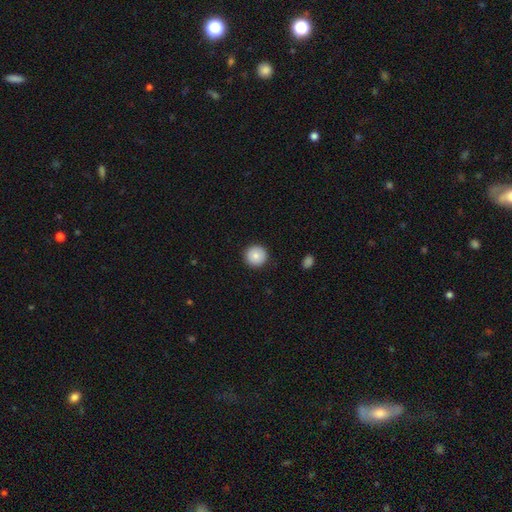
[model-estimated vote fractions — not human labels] Q: Smooth or featured?
A: smooth (85%); runner-up: star or artifact (8%)
Q: How rounded?
A: round (95%); runner-up: in between (4%)
Q: Merging?
A: none (92%); runner-up: minor disturbance (5%)